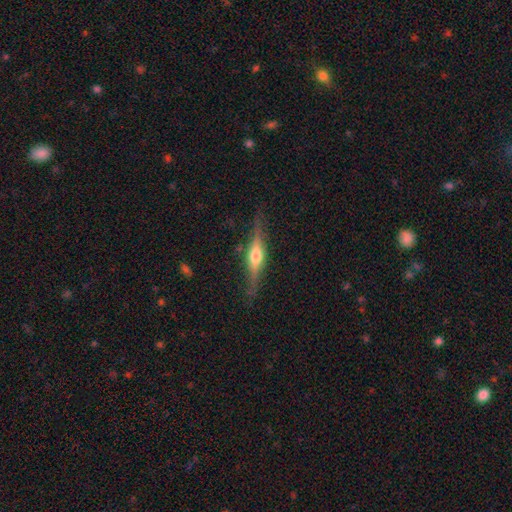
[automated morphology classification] Smooth or featured: featured or disk — 69% (smooth — 25%)
Edge-on disk: yes — 95% (no — 5%)
Edge-on bulge: rounded — 90% (boxy — 6%)
Merging: none — 82% (minor disturbance — 13%)